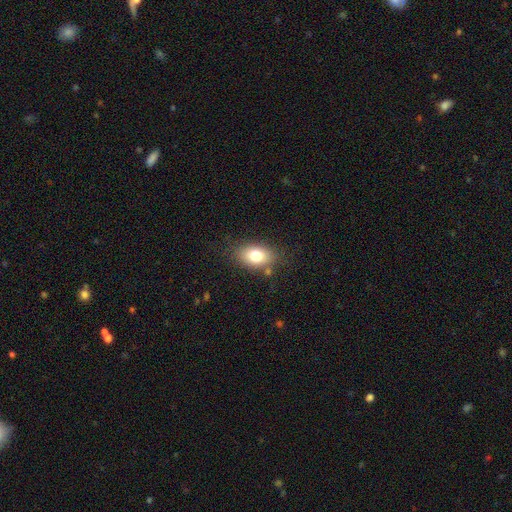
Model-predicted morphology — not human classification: type=smooth (77%); roundness=in between (84%); merging=none (78%).